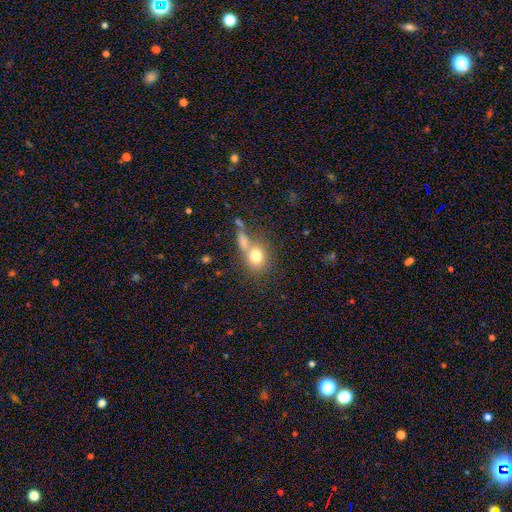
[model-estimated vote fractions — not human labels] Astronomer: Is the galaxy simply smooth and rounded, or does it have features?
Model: smooth — 76%.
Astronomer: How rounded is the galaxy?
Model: round — 61% (runner-up: in between, 37%).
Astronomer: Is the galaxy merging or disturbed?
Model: none — 44% (runner-up: merger, 36%).